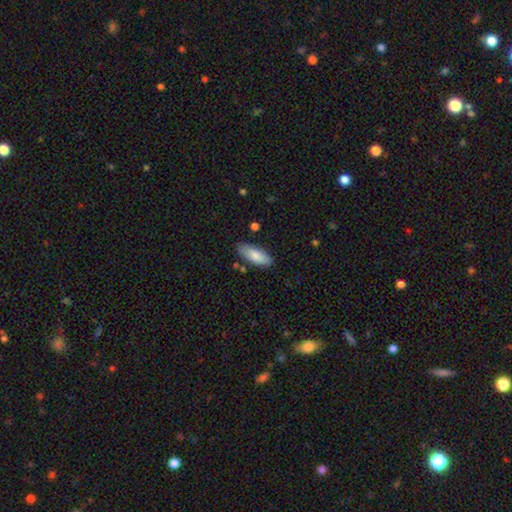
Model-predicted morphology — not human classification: smooth_or_featured: smooth (p=0.82) [alt: featured or disk p=0.13]
how_rounded: in between (p=0.76) [alt: cigar-shaped p=0.22]
merging: none (p=0.80) [alt: minor disturbance p=0.14]